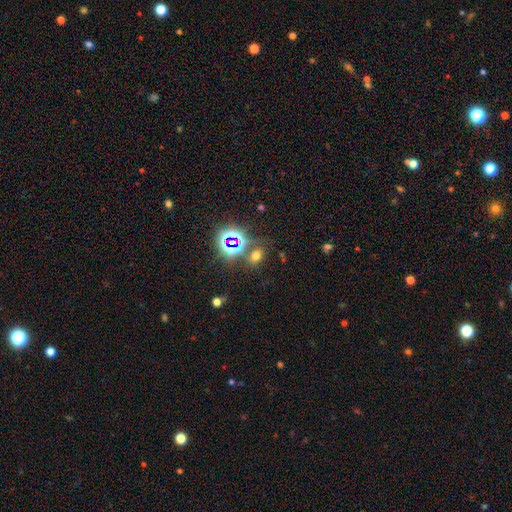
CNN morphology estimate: Smooth or featured: smooth — 54% (star or artifact — 37%)
How rounded: in between — 66% (round — 32%)
Merging: none — 74% (minor disturbance — 11%)